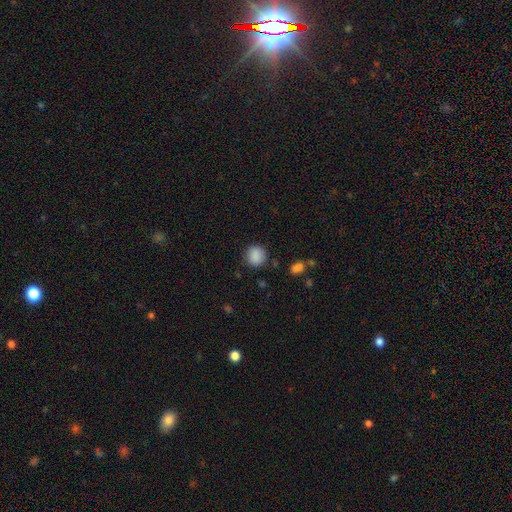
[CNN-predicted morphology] A smooth galaxy with no disk features (88%) that is round (84%).

Vote fractions:
- Smooth or featured? smooth: 88% / star or artifact: 9% / featured or disk: 4%
- How rounded? round: 84% / in between: 14% / cigar-shaped: 1%
- Merging? none: 84% / minor disturbance: 11% / major disturbance: 3% / merger: 2%